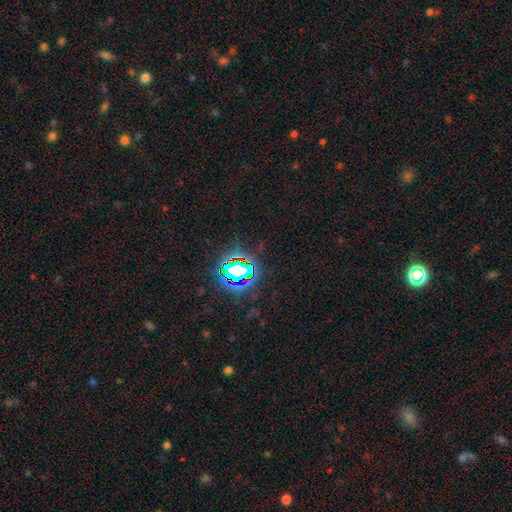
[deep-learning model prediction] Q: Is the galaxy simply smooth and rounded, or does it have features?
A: star or artifact — 81%.